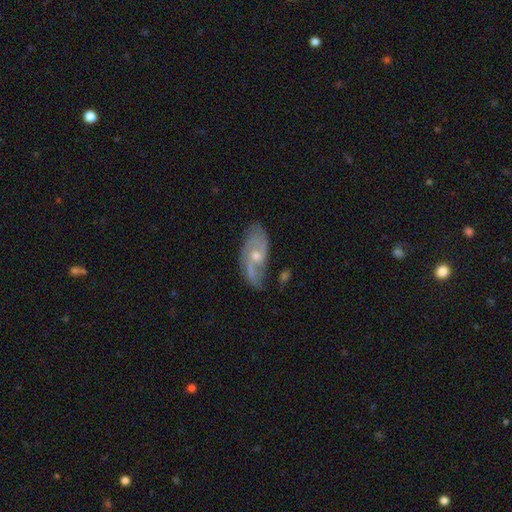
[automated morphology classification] Smooth or featured?
  - featured or disk: 75% *
  - smooth: 18%
  - star or artifact: 7%
Edge-on disk?
  - no: 92% *
  - yes: 8%
Bar?
  - no: 66% *
  - weak: 29%
  - strong: 5%
Spiral arms?
  - yes: 89% *
  - no: 11%
Spiral winding?
  - medium: 44% *
  - loose: 29%
  - tight: 27%
Spiral arm count?
  - 2: 57% *
  - can't tell: 21%
  - 3: 11%
  - 1: 5%
  - 4: 3%
  - more than 4: 3%
Bulge size?
  - moderate: 49% *
  - small: 47%
  - none: 2%
  - large: 2%
  - dominant: 1%
Merging?
  - none: 61% *
  - minor disturbance: 26%
  - major disturbance: 10%
  - merger: 4%